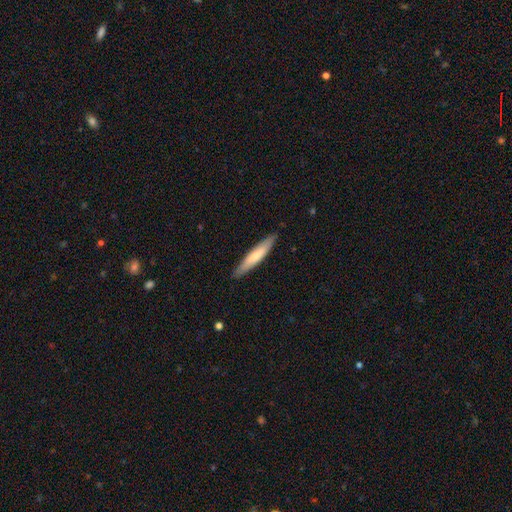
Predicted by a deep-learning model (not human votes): Overall: smooth (67%; featured or disk 28%). How rounded: cigar-shaped (89%). Merging: none (88%).